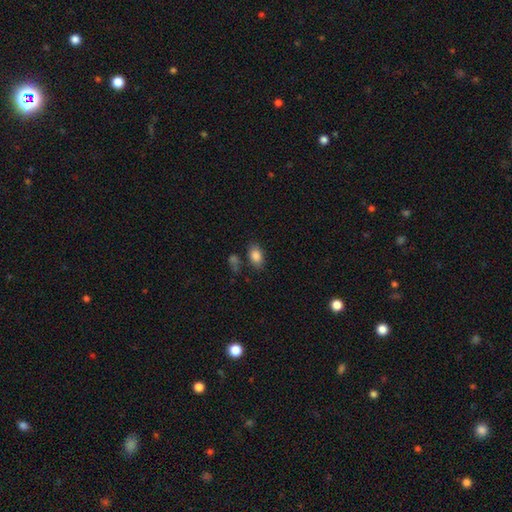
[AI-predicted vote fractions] Overall: smooth (85%). How rounded: in between (86%). Merging: none (72%).